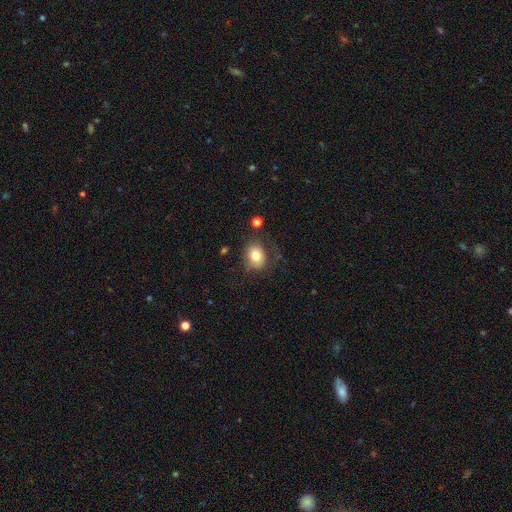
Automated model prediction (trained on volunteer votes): Q: Smooth or featured?
A: smooth (78%); runner-up: featured or disk (12%)
Q: How rounded?
A: round (54%); runner-up: in between (45%)
Q: Merging?
A: none (70%); runner-up: minor disturbance (19%)